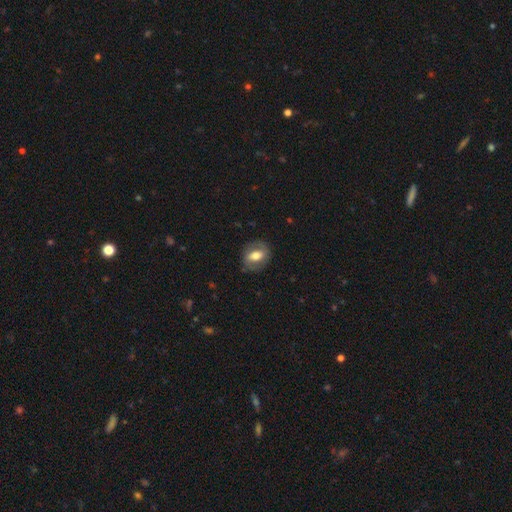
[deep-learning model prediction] This appears to be a smooth galaxy with no disk features (47%). Merging: none (78%).